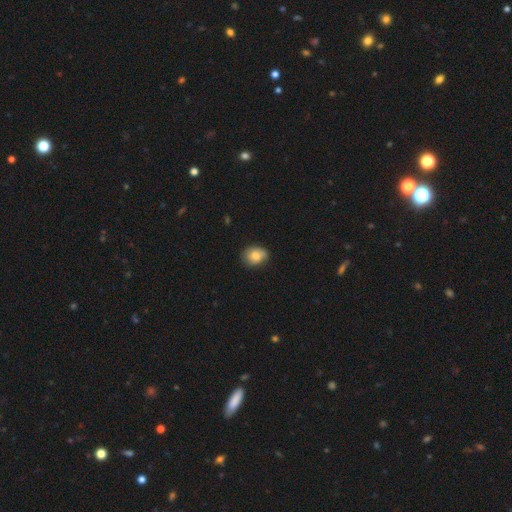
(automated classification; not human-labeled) A smooth galaxy with no disk features (80%) that is in between round and cigar-shaped (54%).

Vote fractions:
- Smooth or featured? smooth: 80% / featured or disk: 12% / star or artifact: 8%
- How rounded? in between: 54% / round: 45% / cigar-shaped: 1%
- Merging? none: 69% / minor disturbance: 26% / major disturbance: 4% / merger: 1%